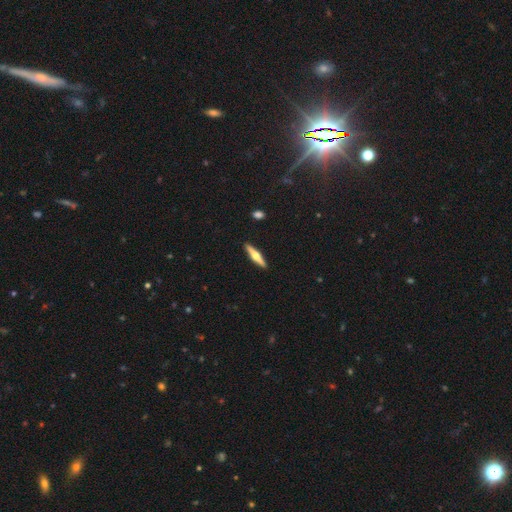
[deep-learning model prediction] Morphology: type=featured or disk (61%); edge-on=yes (97%); edge-on bulge=rounded (94%); merging=none (91%).